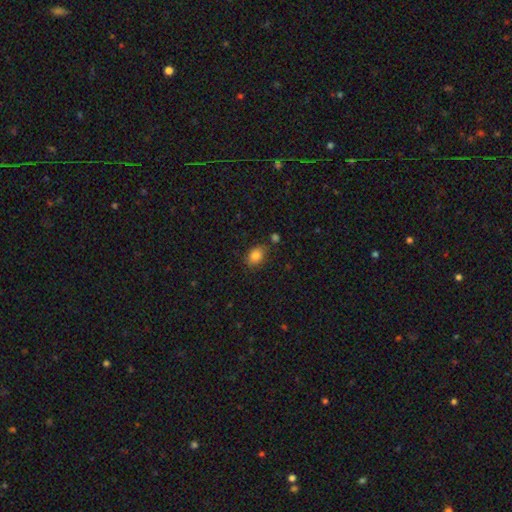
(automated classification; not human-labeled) Smooth or featured? smooth (83%)
How rounded? in between (74%)
Merging? none (78%)